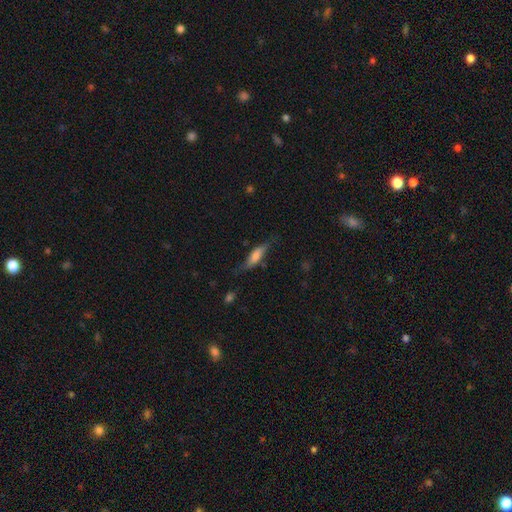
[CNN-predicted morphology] Smooth or featured? smooth (60%)
How rounded? cigar-shaped (50%)
Merging? none (56%)